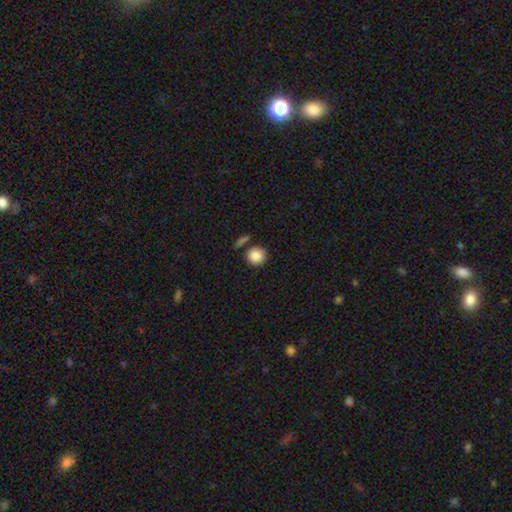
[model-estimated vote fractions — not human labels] A smooth galaxy with no disk features (87%) that is round (89%).

Vote fractions:
- Smooth or featured? smooth: 87% / star or artifact: 8% / featured or disk: 5%
- How rounded? round: 89% / in between: 9% / cigar-shaped: 1%
- Merging? none: 78% / minor disturbance: 10% / merger: 9% / major disturbance: 3%